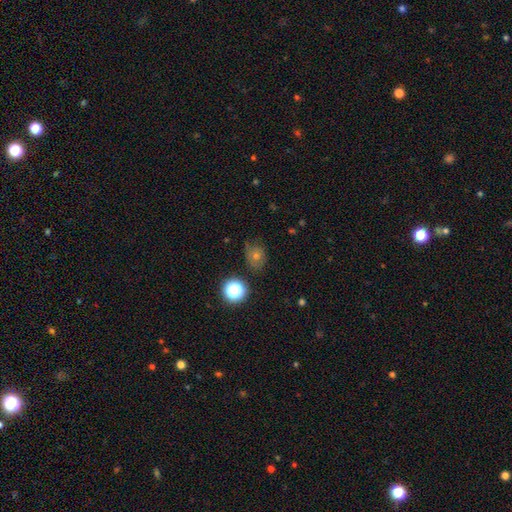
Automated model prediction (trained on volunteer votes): Smooth or featured?
  - smooth: 51% *
  - star or artifact: 31%
  - featured or disk: 19%
How rounded?
  - round: 63% *
  - in between: 35%
  - cigar-shaped: 1%
Merging?
  - none: 71% *
  - minor disturbance: 20%
  - major disturbance: 7%
  - merger: 3%